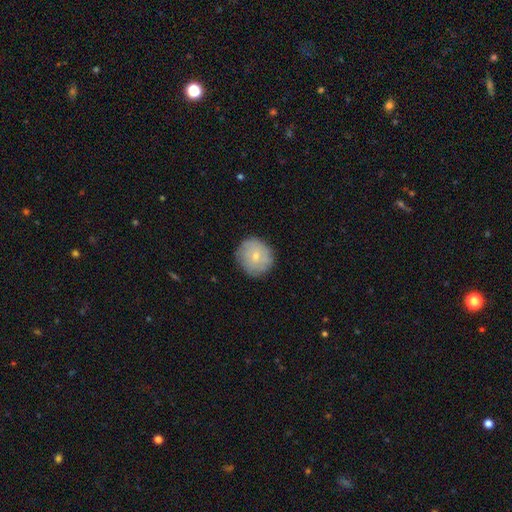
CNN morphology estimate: Smooth or featured? Predicted: smooth (p=0.59). How rounded? Predicted: round (p=0.90). Merging? Predicted: none (p=0.82).